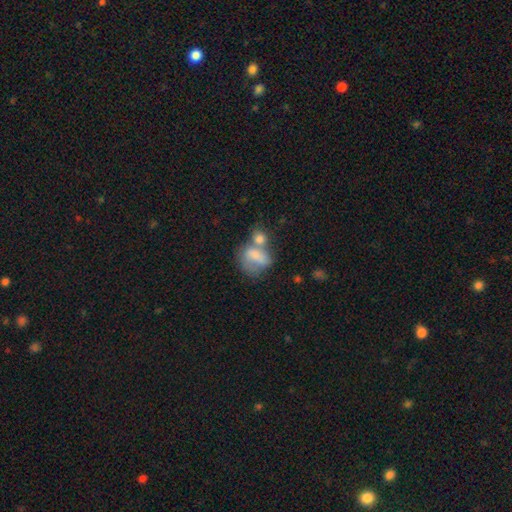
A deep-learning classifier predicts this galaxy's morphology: This appears to be a smooth galaxy with no disk features (67%) that is in between round and cigar-shaped (61%). Merging: merger (54%).